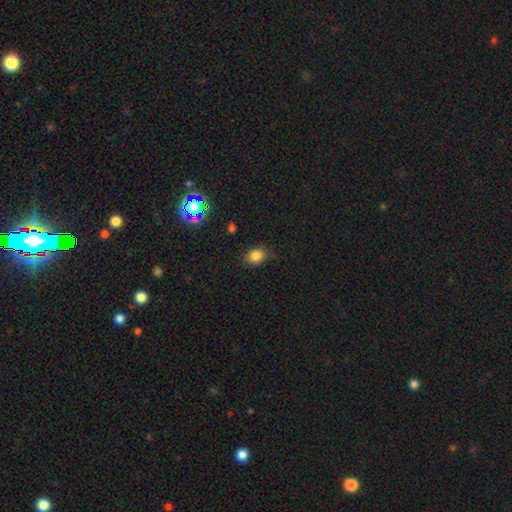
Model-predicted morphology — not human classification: type=smooth (81%); roundness=in between (50%); merging=none (73%).